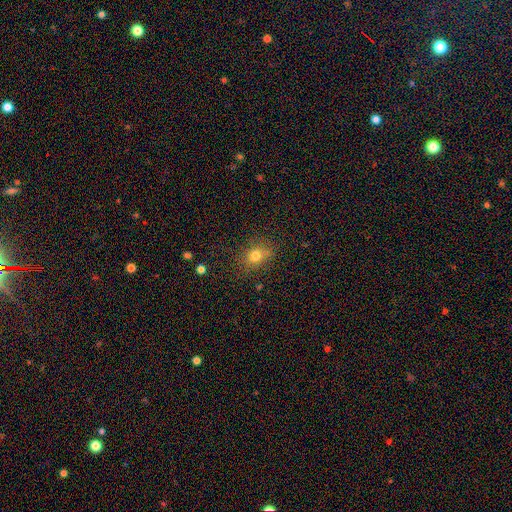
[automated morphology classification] The model was most divided on "how rounded": round: 54%, in between: 44%, cigar-shaped: 2%. More confident: merging — none (77%); smooth or featured — smooth (76%).